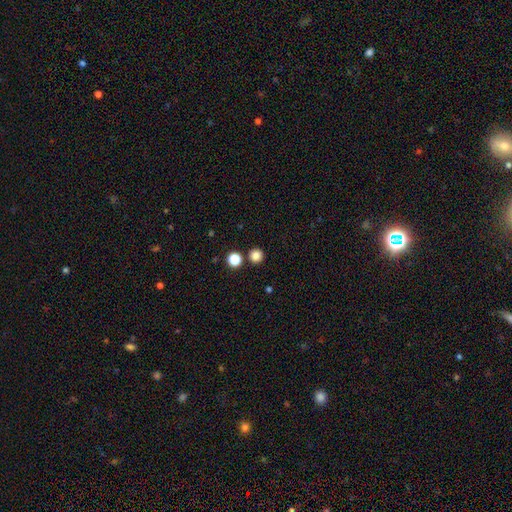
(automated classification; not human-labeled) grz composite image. It shows a smooth galaxy with no disk features (83%) that is round (95%). Merging: none (88%).